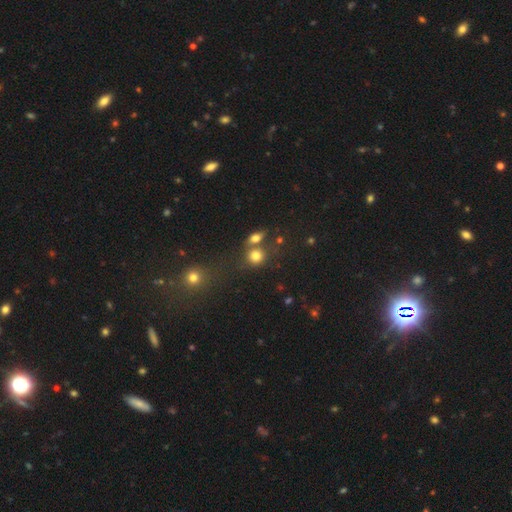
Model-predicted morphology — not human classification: This appears to be a smooth galaxy with no disk features (79%) that is round (79%). Merging: none (52%).